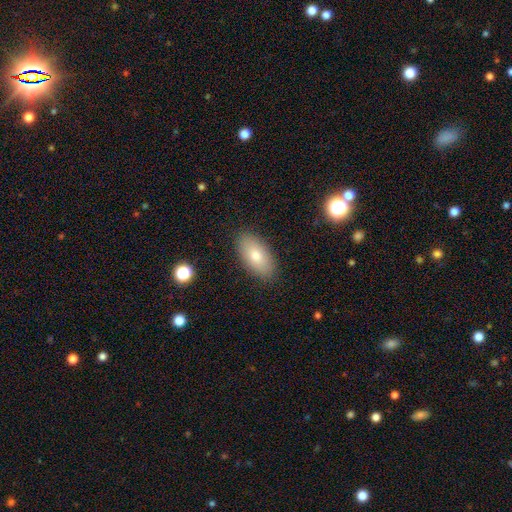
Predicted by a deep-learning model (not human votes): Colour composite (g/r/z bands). It shows a smooth galaxy with no disk features (75%) that is in between round and cigar-shaped (92%). Merging: none (88%).